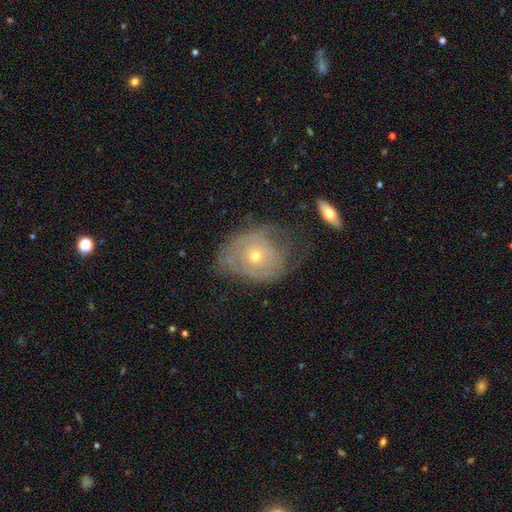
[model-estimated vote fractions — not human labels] A featured or disk galaxy (72%) with no bar (86%), tight (71%) spiral arms (81%) and a small central bulge (55%).

Vote fractions:
- Smooth or featured? featured or disk: 72% / smooth: 20% / star or artifact: 8%
- Edge-on disk? no: 95% / yes: 5%
- Bar? no: 86% / weak: 12% / strong: 3%
- Spiral arms? yes: 81% / no: 19%
- Spiral winding? tight: 71% / medium: 21% / loose: 8%
- Spiral arm count? can't tell: 49% / 2: 25% / 3: 11% / 1: 6% / 4: 5% / more than 4: 4%
- Bulge size? small: 55% / moderate: 42% / large: 1% / none: 1% / dominant: 1%
- Merging? none: 54% / minor disturbance: 26% / major disturbance: 17% / merger: 3%